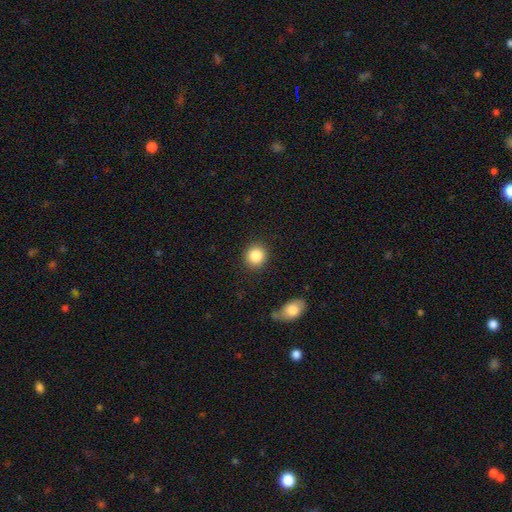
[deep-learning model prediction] A smooth galaxy with no disk features (86%) that is round (89%).

Vote fractions:
- Smooth or featured? smooth: 86% / star or artifact: 9% / featured or disk: 5%
- How rounded? round: 89% / in between: 10% / cigar-shaped: 1%
- Merging? none: 90% / minor disturbance: 6% / major disturbance: 2% / merger: 2%